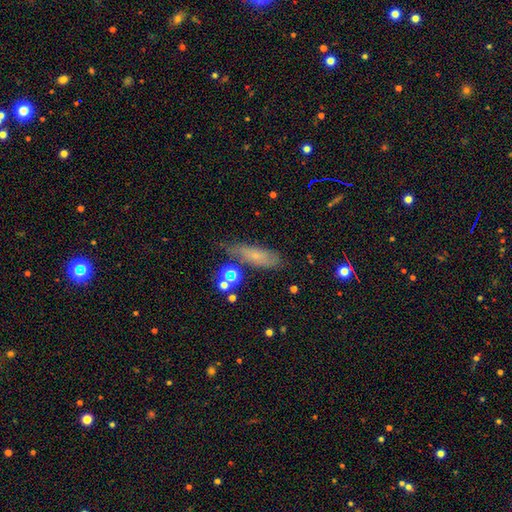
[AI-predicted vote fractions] This is possibly a smooth galaxy (55%). How rounded: possibly in between (48%). Merging: possibly none (53%).